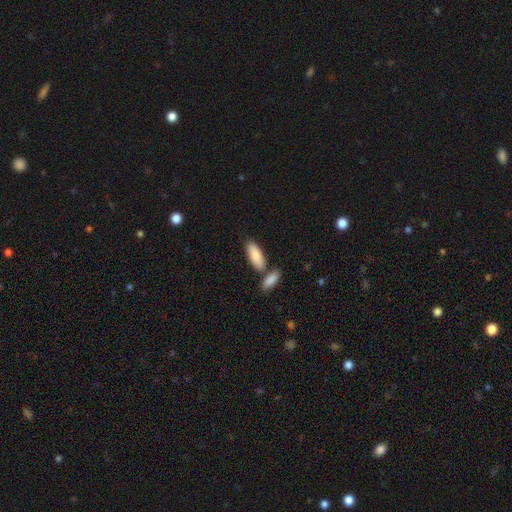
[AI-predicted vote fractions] A smooth galaxy with no disk features (87%) that is in between round and cigar-shaped (79%).

Vote fractions:
- Smooth or featured? smooth: 87% / featured or disk: 8% / star or artifact: 5%
- How rounded? in between: 79% / cigar-shaped: 19% / round: 2%
- Merging? none: 63% / merger: 23% / minor disturbance: 11% / major disturbance: 3%